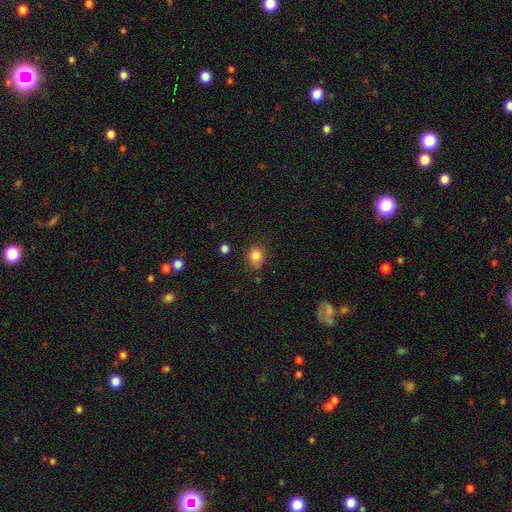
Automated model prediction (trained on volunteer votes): Morphology: type=smooth (83%); roundness=round (65%); merging=none (72%).